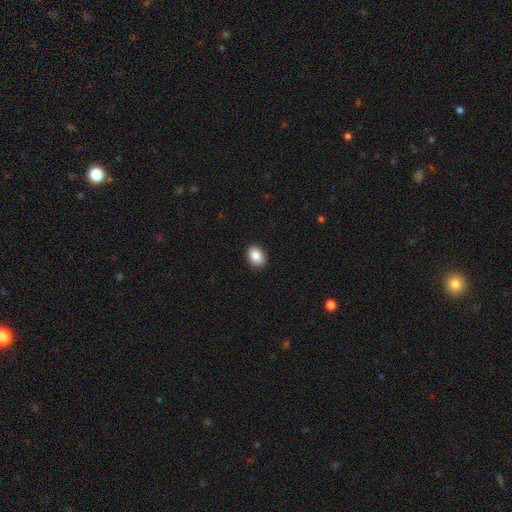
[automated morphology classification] A smooth galaxy with no disk features (87%) that is in between round and cigar-shaped (80%).

Vote fractions:
- Smooth or featured? smooth: 87% / star or artifact: 8% / featured or disk: 5%
- How rounded? in between: 80% / round: 19% / cigar-shaped: 1%
- Merging? none: 90% / minor disturbance: 7% / major disturbance: 2% / merger: 1%